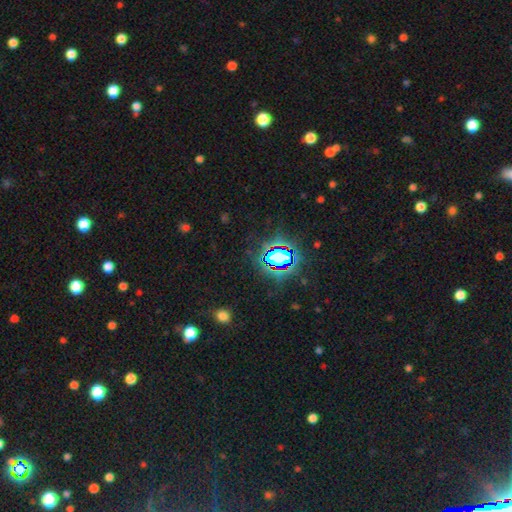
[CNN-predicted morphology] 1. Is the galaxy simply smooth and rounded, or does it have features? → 83% star or artifact, 11% smooth, 6% featured or disk.